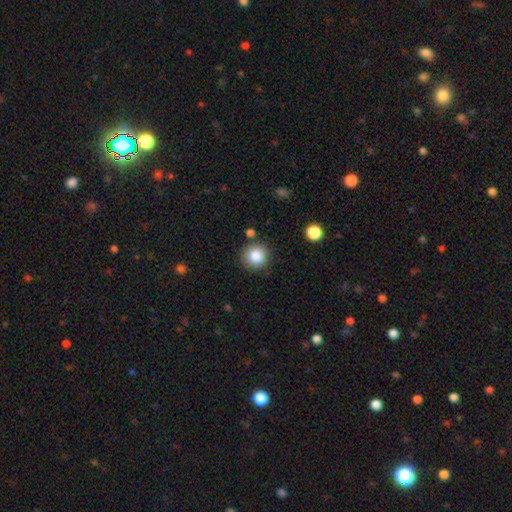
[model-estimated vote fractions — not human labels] Smooth or featured?
  - smooth: 82% *
  - star or artifact: 10%
  - featured or disk: 7%
How rounded?
  - round: 94% *
  - in between: 5%
  - cigar-shaped: 1%
Merging?
  - none: 86% *
  - minor disturbance: 8%
  - merger: 4%
  - major disturbance: 2%